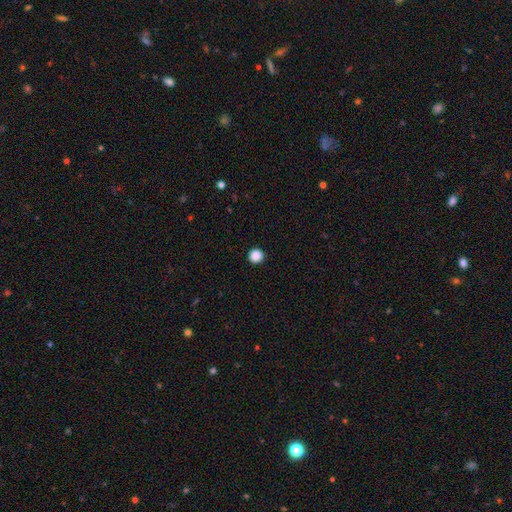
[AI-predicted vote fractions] This is clearly a smooth galaxy (88%). How rounded: clearly round (96%). Merging: clearly none (94%).